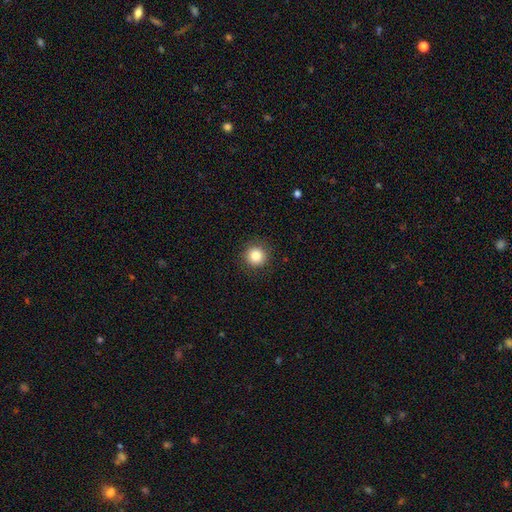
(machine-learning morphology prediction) Smooth or featured?
  - smooth: 85% *
  - star or artifact: 10%
  - featured or disk: 5%
How rounded?
  - round: 95% *
  - in between: 4%
  - cigar-shaped: 1%
Merging?
  - none: 91% *
  - minor disturbance: 6%
  - major disturbance: 2%
  - merger: 1%